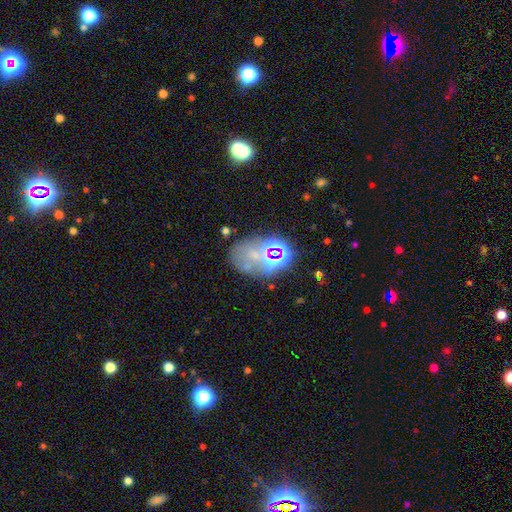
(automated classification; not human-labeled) This is marginally a star or artifact rather than a galaxy (40%).